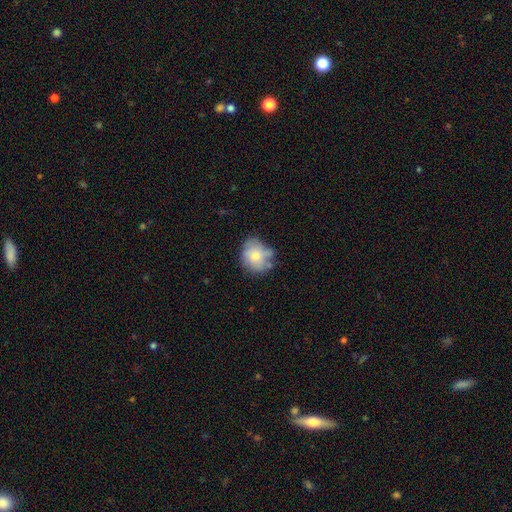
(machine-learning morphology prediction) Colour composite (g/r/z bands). It shows a smooth galaxy with no disk features (65%) that is round (63%). Merging: none (50%).